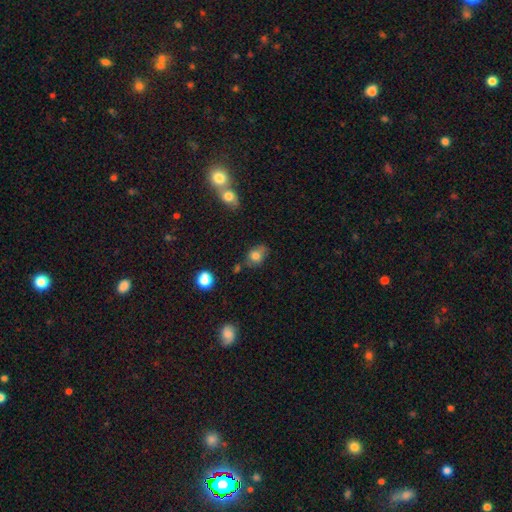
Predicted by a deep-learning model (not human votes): Smooth or featured? smooth (77%)
How rounded? in between (60%)
Merging? none (65%)